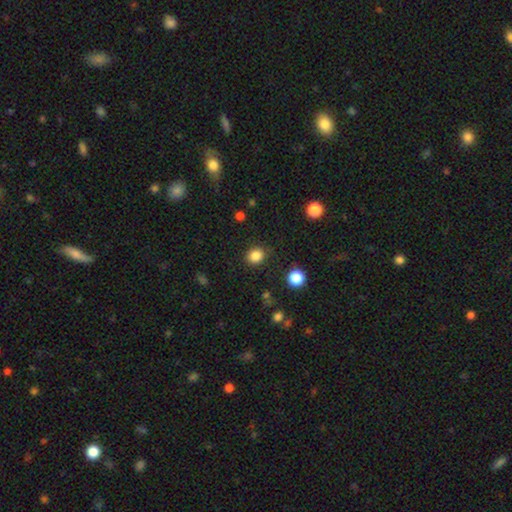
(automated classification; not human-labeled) smooth-or-featured: smooth: 84% | star or artifact: 12% | featured or disk: 4%
  how-rounded: round: 74% | in between: 25% | cigar-shaped: 1%
  merging: none: 86% | minor disturbance: 9% | major disturbance: 3% | merger: 2%